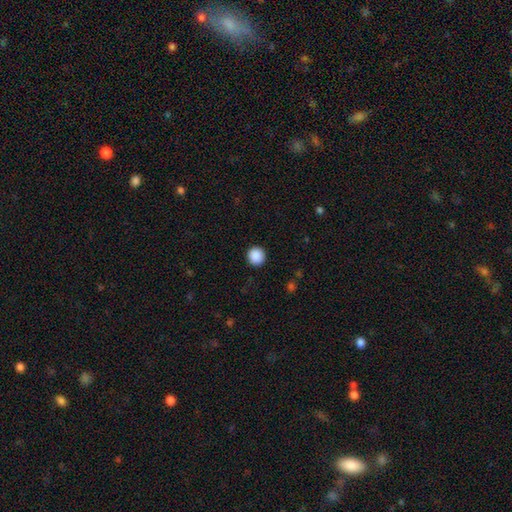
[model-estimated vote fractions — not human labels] Overall: smooth (89%). How rounded: round (94%). Merging: none (92%).